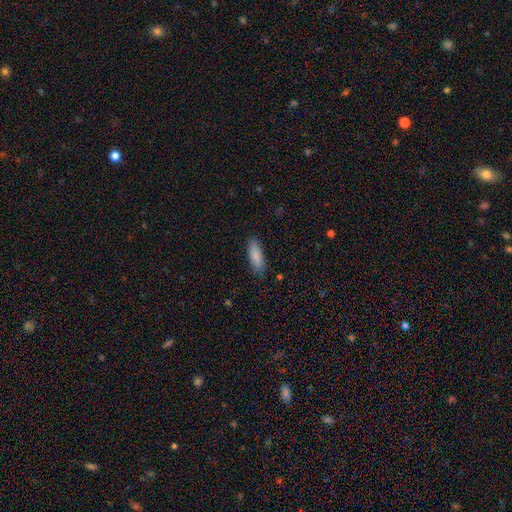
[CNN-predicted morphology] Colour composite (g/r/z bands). It shows a smooth galaxy with no disk features (86%) that is in between round and cigar-shaped (53%). Merging: none (86%).